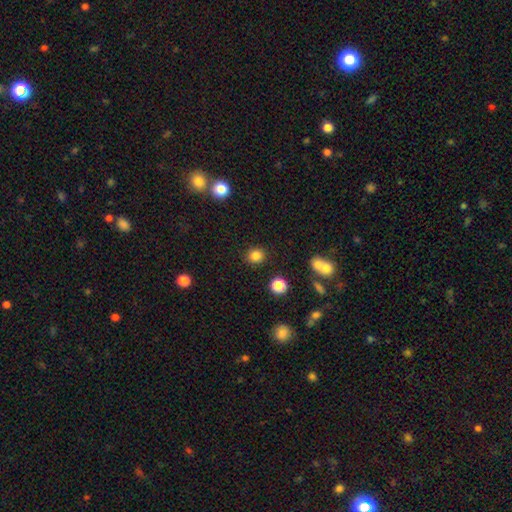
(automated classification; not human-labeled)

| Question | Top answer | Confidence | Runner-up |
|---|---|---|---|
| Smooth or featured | smooth | 83% | star or artifact (12%) |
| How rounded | round | 82% | in between (17%) |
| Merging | none | 89% | minor disturbance (6%) |